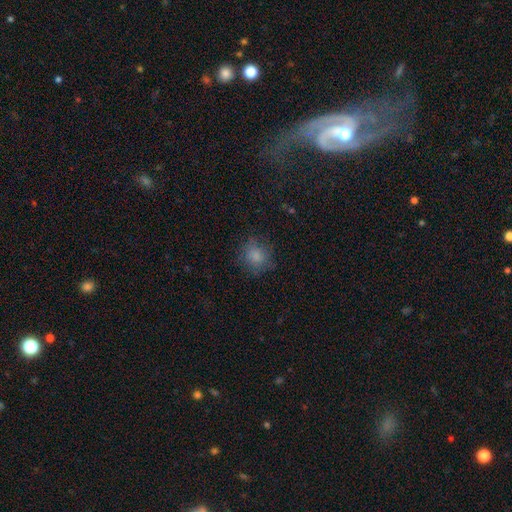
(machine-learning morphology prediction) smooth 81%, star or artifact 11%, featured or disk 8%. Down the decision tree: how rounded — round (79%); merging — none (75%).